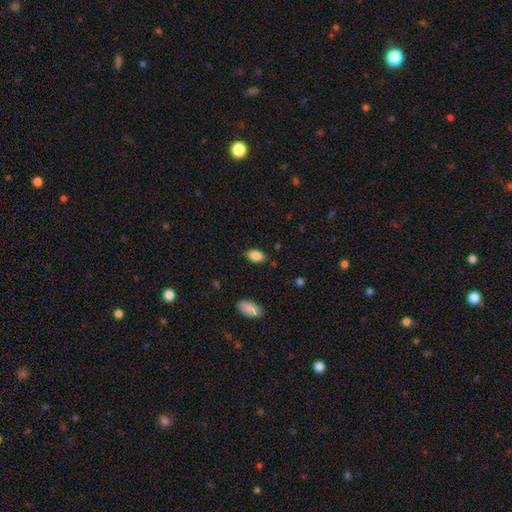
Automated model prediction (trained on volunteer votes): Smooth or featured? Predicted: smooth (p=0.86). How rounded? Predicted: in between (p=0.91). Merging? Predicted: none (p=0.83).